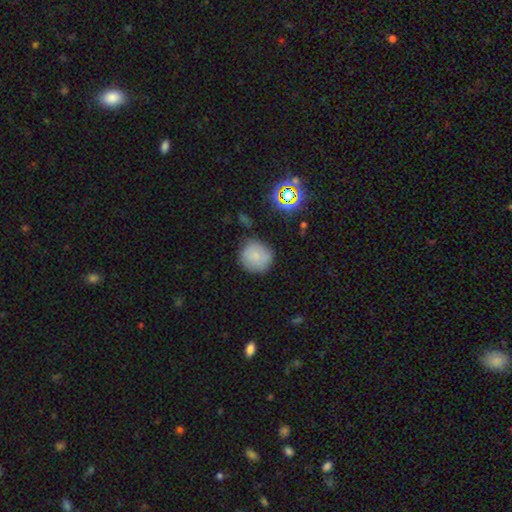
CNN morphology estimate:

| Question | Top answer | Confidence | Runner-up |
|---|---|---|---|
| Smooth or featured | smooth | 74% | featured or disk (14%) |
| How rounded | round | 91% | in between (8%) |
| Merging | none | 77% | minor disturbance (15%) |